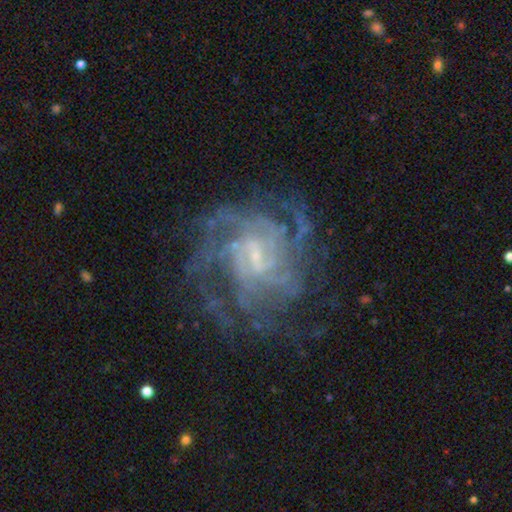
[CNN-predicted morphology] smooth_or_featured: featured or disk (p=0.86) [alt: star or artifact p=0.08]
disk_edge_on: no (p=0.98) [alt: yes p=0.02]
bar: weak (p=0.55) [alt: no p=0.31]
has_spiral_arms: yes (p=0.94) [alt: no p=0.06]
spiral_winding: tight (p=0.52) [alt: medium p=0.38]
spiral_arm_count: can't tell (p=0.34) [alt: 4 p=0.25]
bulge_size: small (p=0.64) [alt: moderate p=0.18]
merging: none (p=0.67) [alt: minor disturbance p=0.16]